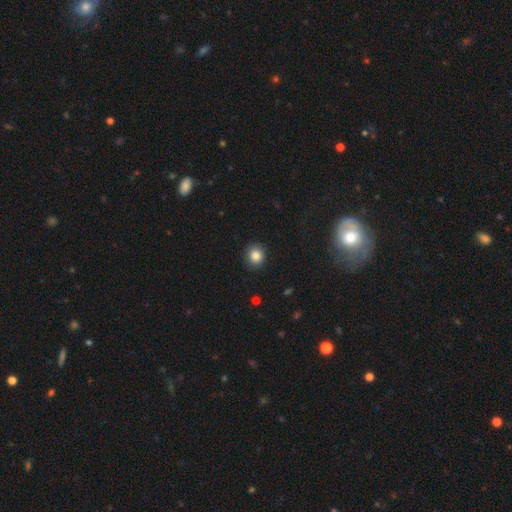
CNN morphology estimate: A smooth galaxy with no disk features (83%) that is round (85%). Merging: none (90%).